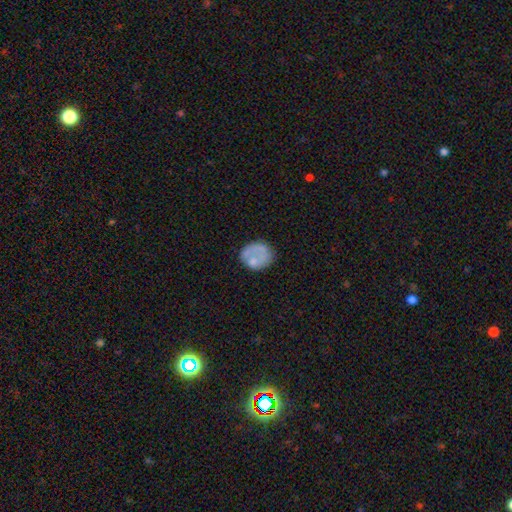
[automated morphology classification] The model was most divided on "merging": none: 51%, minor disturbance: 23%, major disturbance: 19%, merger: 7%. More confident: how rounded — round (66%); smooth or featured — smooth (65%).